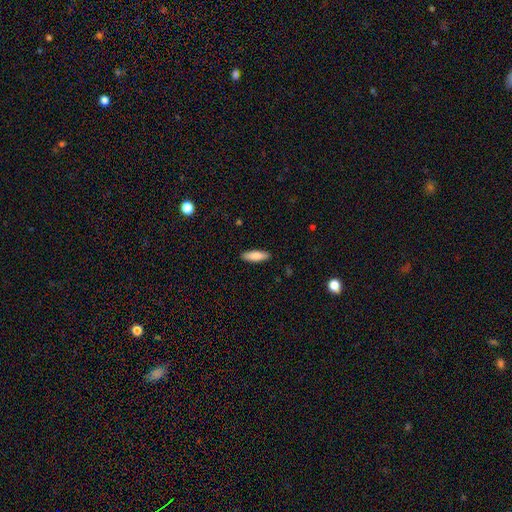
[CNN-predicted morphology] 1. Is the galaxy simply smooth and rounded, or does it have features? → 83% smooth, 11% featured or disk, 6% star or artifact.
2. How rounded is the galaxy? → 49% cigar-shaped (tied), 49% in between (tied), 2% round.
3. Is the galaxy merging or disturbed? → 89% none, 8% minor disturbance, 2% major disturbance, 1% merger.